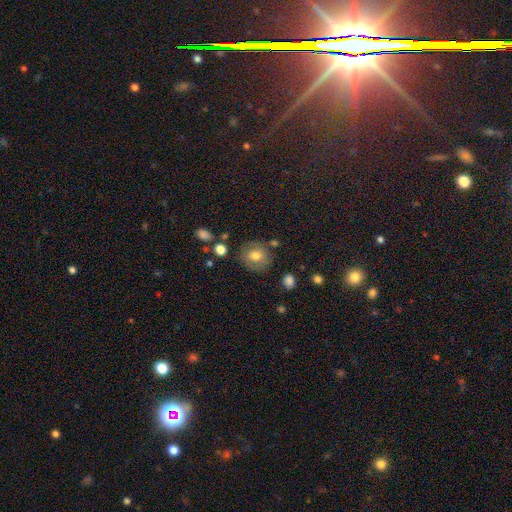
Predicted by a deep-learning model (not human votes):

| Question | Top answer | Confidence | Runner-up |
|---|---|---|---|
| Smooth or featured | smooth | 69% | featured or disk (22%) |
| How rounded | round | 84% | in between (15%) |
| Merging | none | 78% | minor disturbance (13%) |